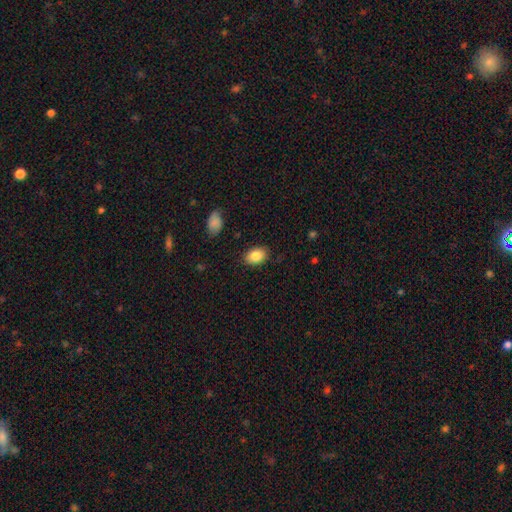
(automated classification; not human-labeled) Smooth or featured?
  - smooth: 85% *
  - star or artifact: 8%
  - featured or disk: 7%
How rounded?
  - in between: 82% *
  - round: 16%
  - cigar-shaped: 1%
Merging?
  - none: 86% *
  - minor disturbance: 11%
  - major disturbance: 3%
  - merger: 1%